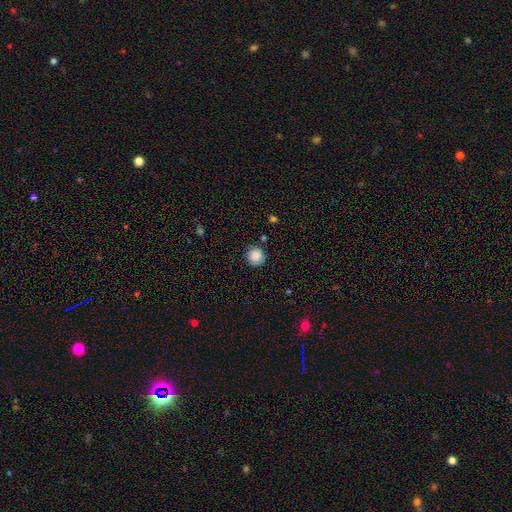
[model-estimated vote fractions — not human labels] A smooth galaxy with no disk features (87%) that is round (94%).

Vote fractions:
- Smooth or featured? smooth: 87% / star or artifact: 9% / featured or disk: 4%
- How rounded? round: 94% / in between: 5% / cigar-shaped: 1%
- Merging? none: 87% / minor disturbance: 9% / major disturbance: 2% / merger: 2%